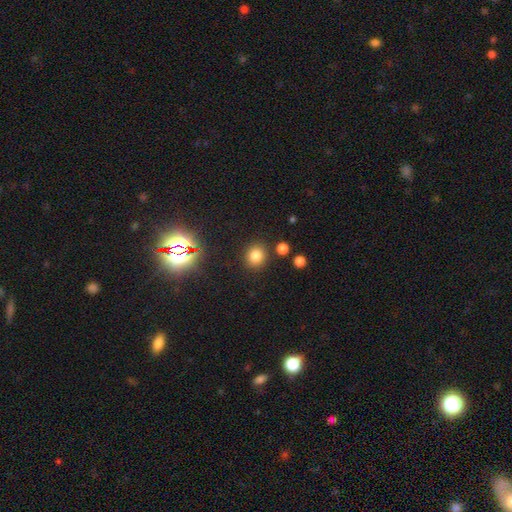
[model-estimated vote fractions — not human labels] Smooth or featured?
  - smooth: 76% *
  - star or artifact: 17%
  - featured or disk: 6%
How rounded?
  - round: 81% *
  - in between: 18%
  - cigar-shaped: 1%
Merging?
  - none: 85% *
  - minor disturbance: 8%
  - merger: 4%
  - major disturbance: 3%